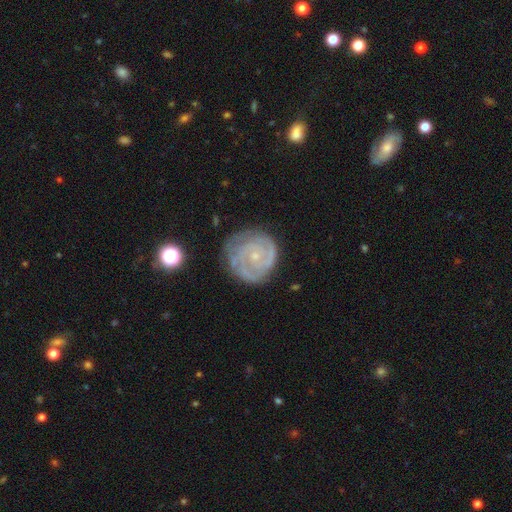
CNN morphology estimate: type=featured or disk (86%); edge-on=no (98%); bar=no (73%); spiral arms=yes (96%); winding=tight (75%); arm count=2 (43%); bulge=small (81%); merging=none (74%).